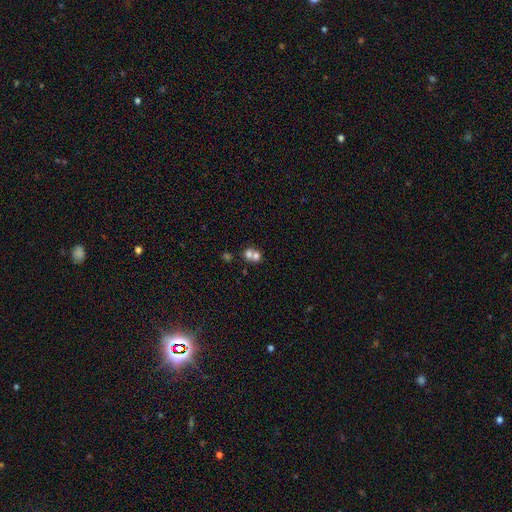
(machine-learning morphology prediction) Q: Smooth or featured?
A: smooth (67%); runner-up: featured or disk (19%)
Q: How rounded?
A: round (76%); runner-up: in between (23%)
Q: Merging?
A: merger (61%); runner-up: none (31%)